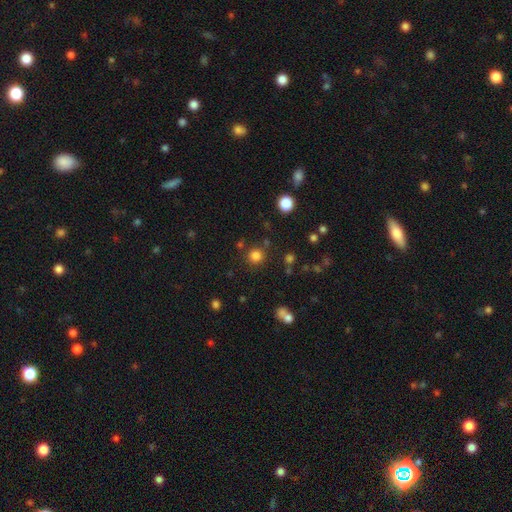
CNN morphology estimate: smooth-or-featured: smooth: 80% | star or artifact: 15% | featured or disk: 5%
  how-rounded: round: 92% | in between: 7% | cigar-shaped: 1%
  merging: none: 84% | minor disturbance: 7% | merger: 5% | major disturbance: 3%